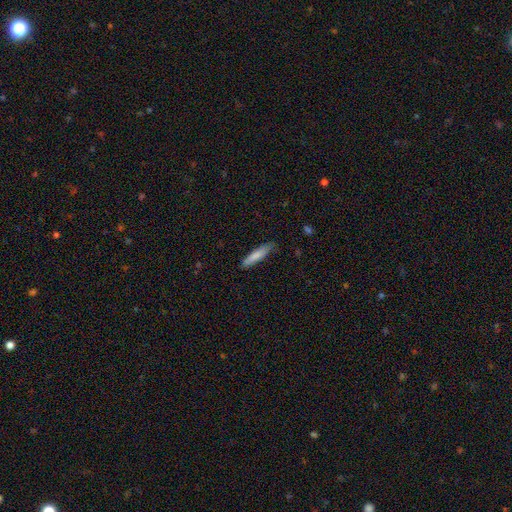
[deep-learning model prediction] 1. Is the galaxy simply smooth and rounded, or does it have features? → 79% smooth, 15% featured or disk, 6% star or artifact.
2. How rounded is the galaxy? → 83% cigar-shaped, 16% in between, 1% round.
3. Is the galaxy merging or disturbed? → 79% none, 17% minor disturbance, 3% major disturbance, 1% merger.